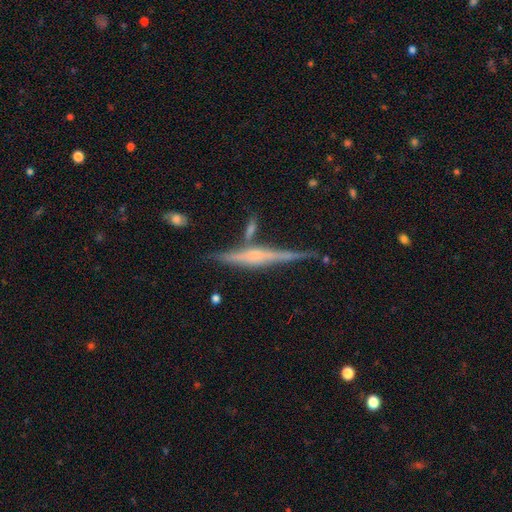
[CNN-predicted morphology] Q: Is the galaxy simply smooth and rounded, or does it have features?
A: featured or disk — 75%.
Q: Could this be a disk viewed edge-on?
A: yes — 97%.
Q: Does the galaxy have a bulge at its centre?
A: rounded — 58%.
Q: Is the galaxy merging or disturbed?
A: none — 74%.